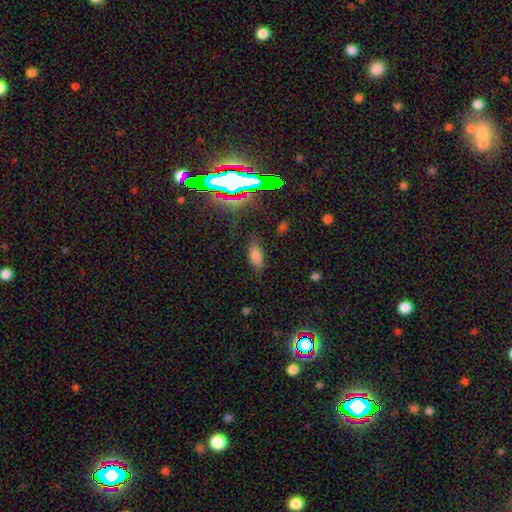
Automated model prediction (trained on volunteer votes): Smooth or featured: smooth — 71% (star or artifact — 20%)
How rounded: in between — 88% (cigar-shaped — 8%)
Merging: none — 77% (minor disturbance — 15%)